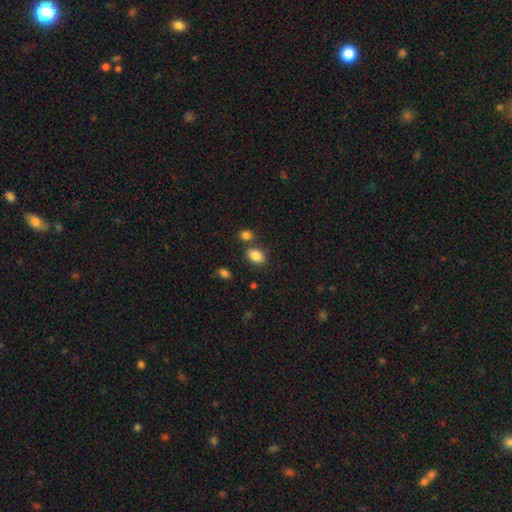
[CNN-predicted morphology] Smooth or featured? smooth (85%)
How rounded? in between (75%)
Merging? none (71%)